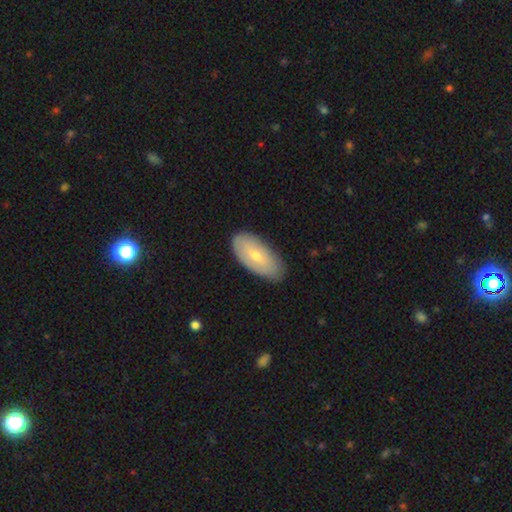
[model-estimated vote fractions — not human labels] Smooth or featured? Predicted: smooth (p=0.58). How rounded? Predicted: in between (p=0.91). Merging? Predicted: none (p=0.82).